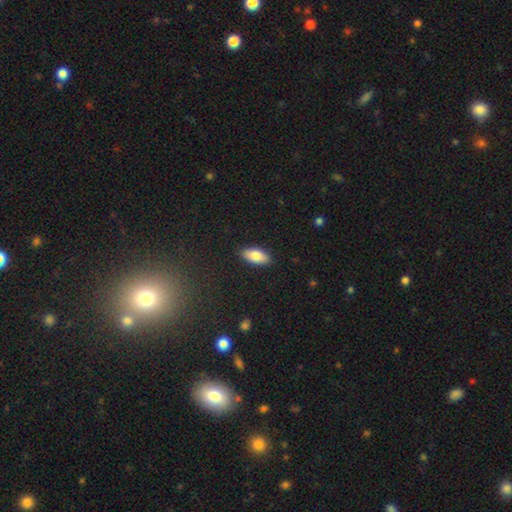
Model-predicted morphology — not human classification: smooth 81%, featured or disk 13%, star or artifact 7%. Down the decision tree: how rounded — in between (89%); merging — none (89%).